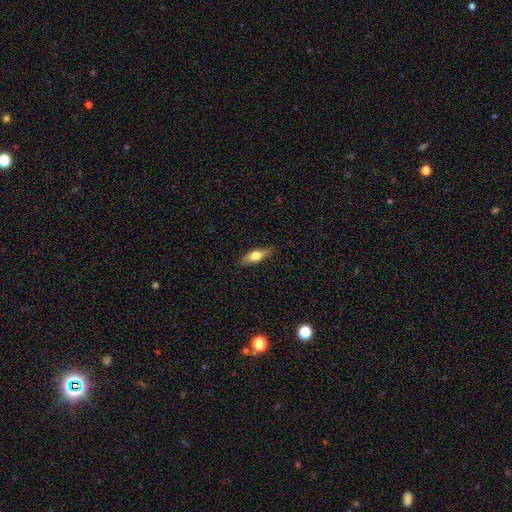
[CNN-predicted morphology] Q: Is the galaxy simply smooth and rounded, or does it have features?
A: smooth — 57%.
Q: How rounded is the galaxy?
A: cigar-shaped — 51%.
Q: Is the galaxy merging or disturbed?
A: none — 86%.